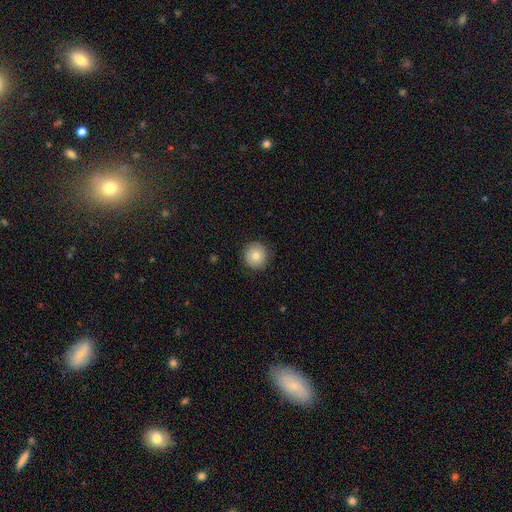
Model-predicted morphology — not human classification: smooth-or-featured: smooth: 77% | featured or disk: 14% | star or artifact: 9%
  how-rounded: round: 94% | in between: 5% | cigar-shaped: 1%
  merging: none: 89% | minor disturbance: 8% | major disturbance: 2% | merger: 1%